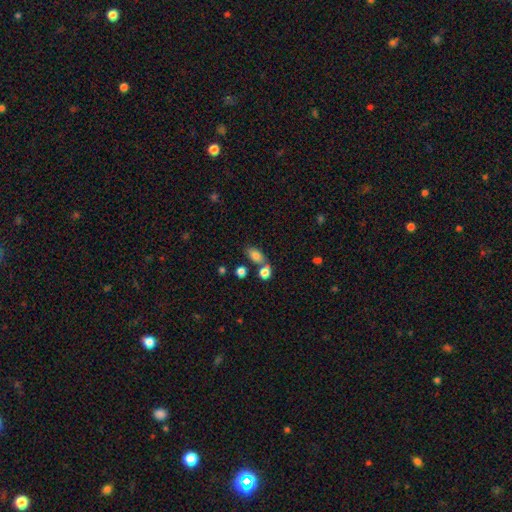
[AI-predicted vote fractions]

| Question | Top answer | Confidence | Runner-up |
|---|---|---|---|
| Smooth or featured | smooth | 81% | star or artifact (10%) |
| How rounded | in between | 83% | round (14%) |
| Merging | none | 57% | merger (26%) |